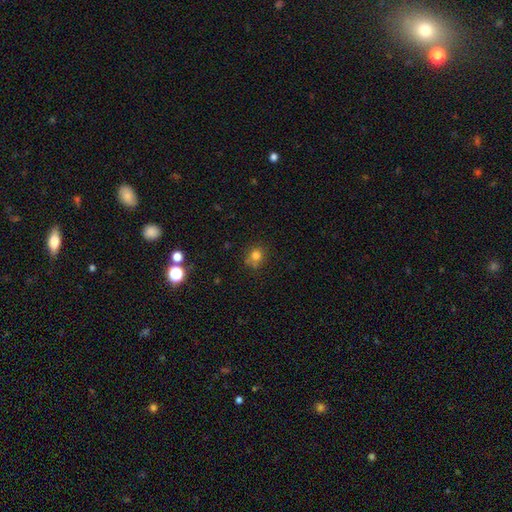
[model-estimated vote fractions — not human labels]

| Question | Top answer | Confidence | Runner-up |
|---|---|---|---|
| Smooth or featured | smooth | 78% | star or artifact (14%) |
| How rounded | round | 76% | in between (23%) |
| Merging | none | 69% | minor disturbance (19%) |